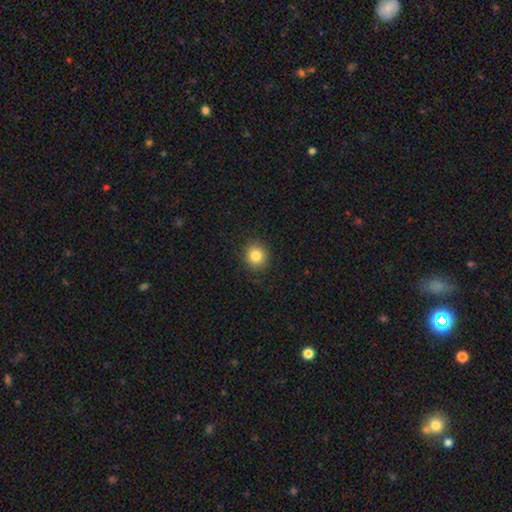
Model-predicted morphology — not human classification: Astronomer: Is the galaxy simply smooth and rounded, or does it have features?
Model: smooth — 83%.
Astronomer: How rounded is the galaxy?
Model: round — 88%.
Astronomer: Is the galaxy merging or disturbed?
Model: none — 89%.